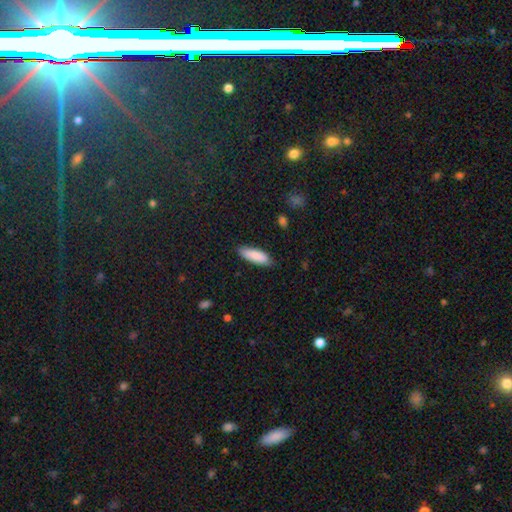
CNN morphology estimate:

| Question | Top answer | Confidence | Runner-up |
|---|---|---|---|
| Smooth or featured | smooth | 88% | featured or disk (7%) |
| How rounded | in between | 59% | cigar-shaped (40%) |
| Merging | none | 83% | minor disturbance (13%) |